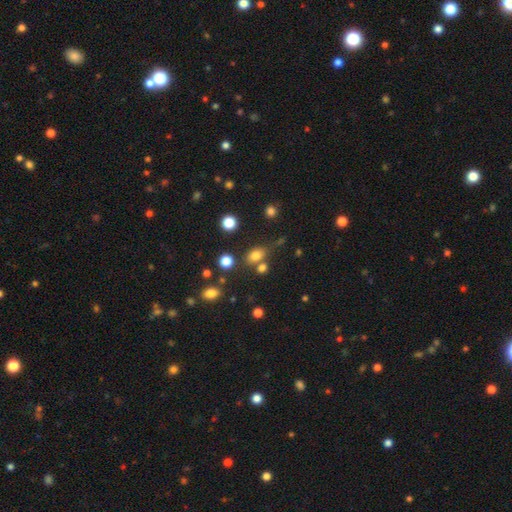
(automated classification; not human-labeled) smooth-or-featured: smooth: 77% | star or artifact: 15% | featured or disk: 8%
  how-rounded: in between: 73% | round: 25% | cigar-shaped: 2%
  merging: none: 63% | merger: 17% | minor disturbance: 15% | major disturbance: 6%